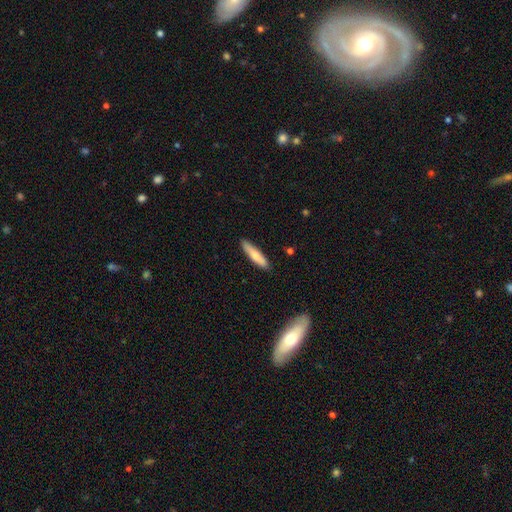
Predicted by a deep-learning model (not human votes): Morphology: type=smooth (74%); roundness=cigar-shaped (82%); merging=none (87%).